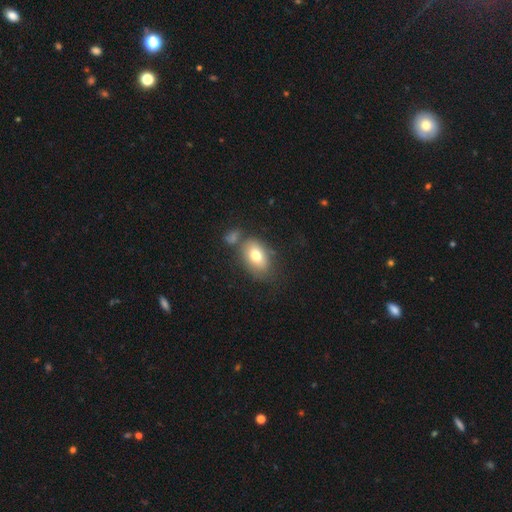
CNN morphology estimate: Smooth or featured?
  - smooth: 74% *
  - featured or disk: 18%
  - star or artifact: 8%
How rounded?
  - in between: 84% *
  - round: 15%
  - cigar-shaped: 1%
Merging?
  - none: 58% *
  - minor disturbance: 18%
  - merger: 17%
  - major disturbance: 7%